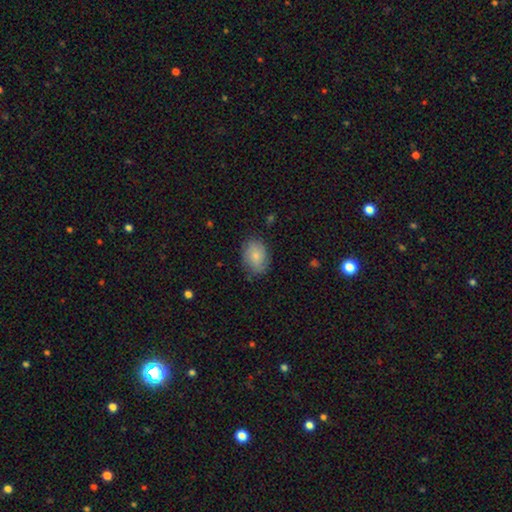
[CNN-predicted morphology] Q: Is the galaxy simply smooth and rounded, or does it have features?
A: smooth — 75%.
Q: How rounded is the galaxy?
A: in between — 75%.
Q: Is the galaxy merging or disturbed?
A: none — 77%.